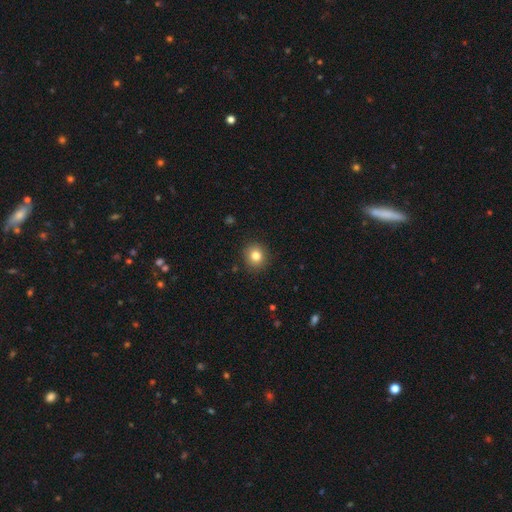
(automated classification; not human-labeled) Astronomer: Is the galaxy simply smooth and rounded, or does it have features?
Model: smooth — 82%.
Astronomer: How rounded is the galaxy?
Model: round — 88%.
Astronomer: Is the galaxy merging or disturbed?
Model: none — 91%.